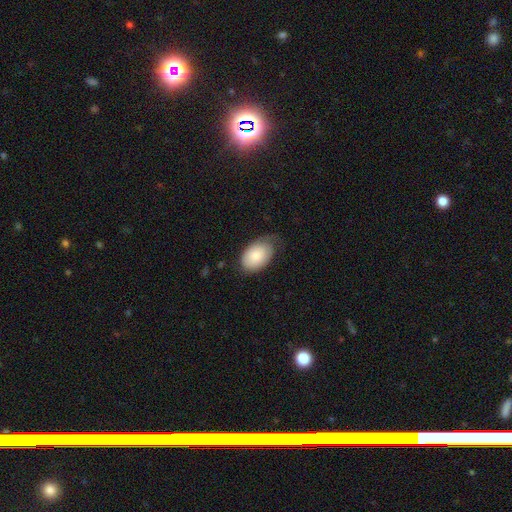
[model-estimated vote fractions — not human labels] smooth 81%, featured or disk 14%, star or artifact 6%. Down the decision tree: how rounded — in between (90%); merging — none (52%).